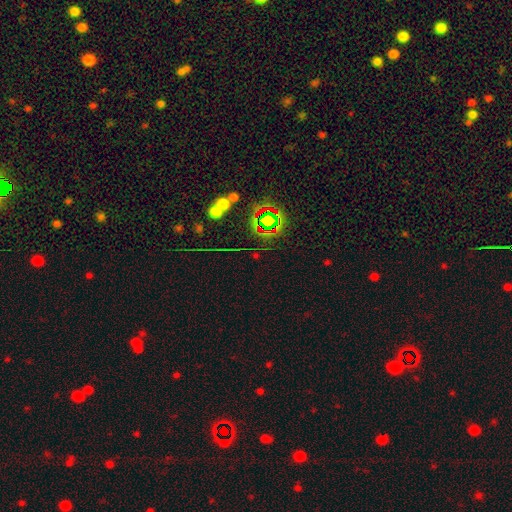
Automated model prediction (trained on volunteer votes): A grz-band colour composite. It shows a star or artifact, not a galaxy (62%).